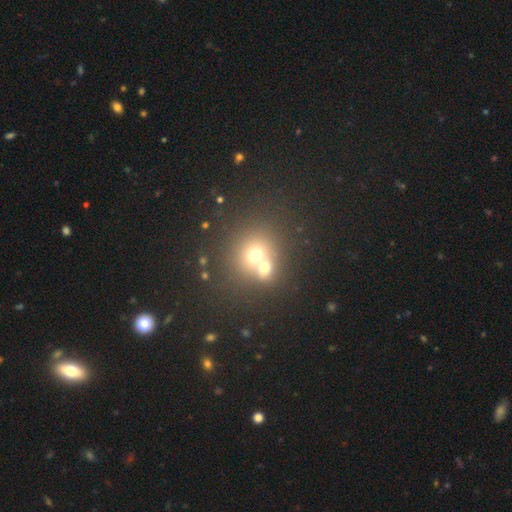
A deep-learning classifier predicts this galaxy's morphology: The model was most divided on "merging": merger: 61%, none: 30%, minor disturbance: 5%, major disturbance: 3%. More confident: how rounded — round (75%); smooth or featured — smooth (66%).